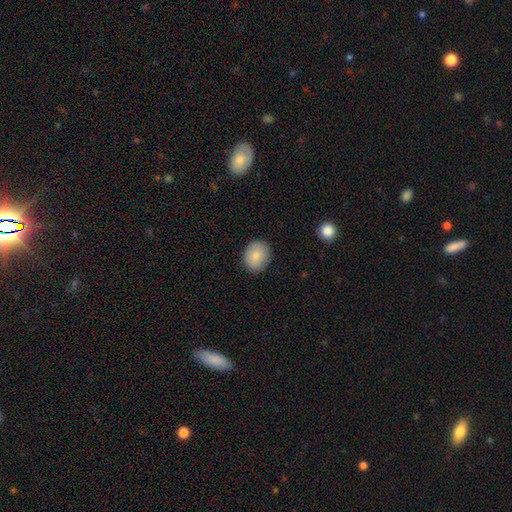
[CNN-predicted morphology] A smooth galaxy with no disk features (83%) that is round (62%).

Vote fractions:
- Smooth or featured? smooth: 83% / featured or disk: 10% / star or artifact: 7%
- How rounded? round: 62% / in between: 37% / cigar-shaped: 1%
- Merging? none: 87% / minor disturbance: 10% / major disturbance: 2% / merger: 1%